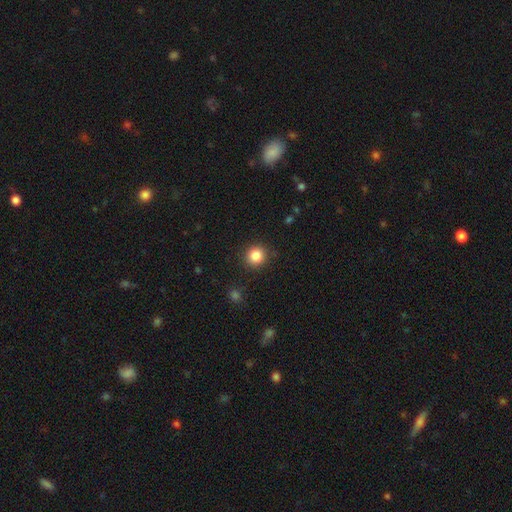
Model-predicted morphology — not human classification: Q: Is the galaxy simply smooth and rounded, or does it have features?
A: smooth — 85%.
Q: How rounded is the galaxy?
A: round — 90%.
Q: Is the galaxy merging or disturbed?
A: none — 87%.